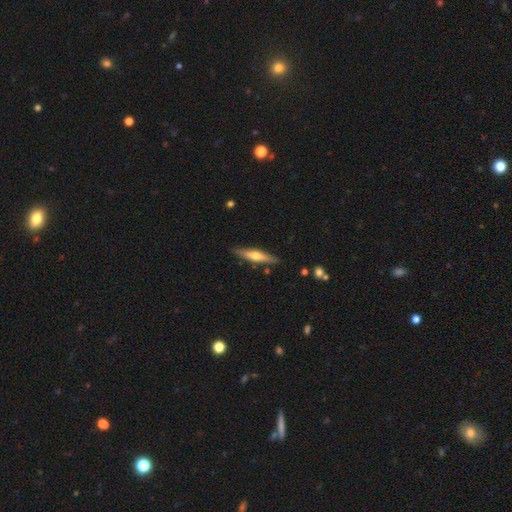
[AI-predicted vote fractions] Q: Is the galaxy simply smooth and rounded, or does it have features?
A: featured or disk — 55%.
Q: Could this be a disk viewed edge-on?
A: yes — 92%.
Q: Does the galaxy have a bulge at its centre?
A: rounded — 88%.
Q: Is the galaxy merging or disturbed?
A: none — 86%.